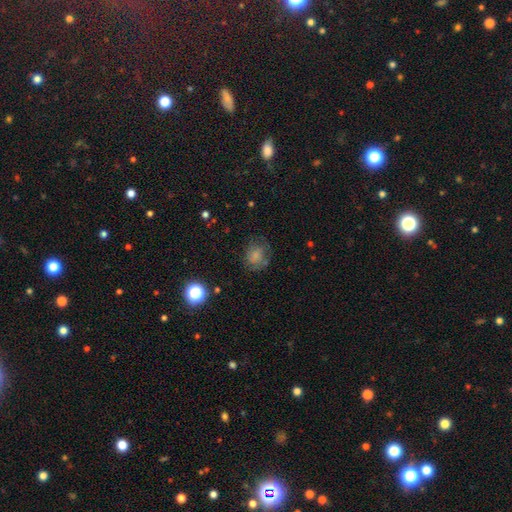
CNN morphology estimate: smooth-or-featured: smooth: 67% | featured or disk: 18% | star or artifact: 15%
  how-rounded: round: 69% | in between: 30% | cigar-shaped: 1%
  merging: none: 63% | minor disturbance: 22% | major disturbance: 12% | merger: 2%